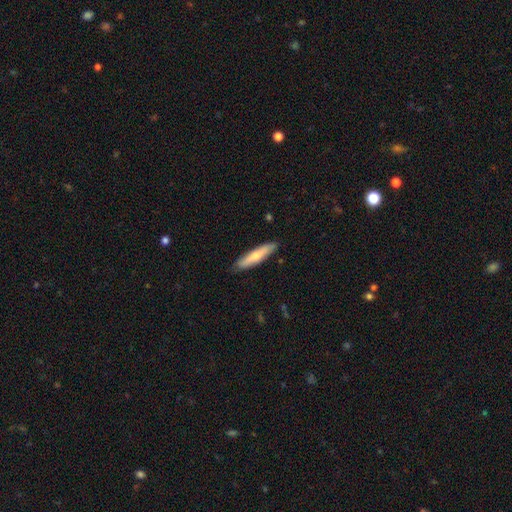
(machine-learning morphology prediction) Smooth or featured? smooth (66%)
How rounded? cigar-shaped (83%)
Merging? none (87%)